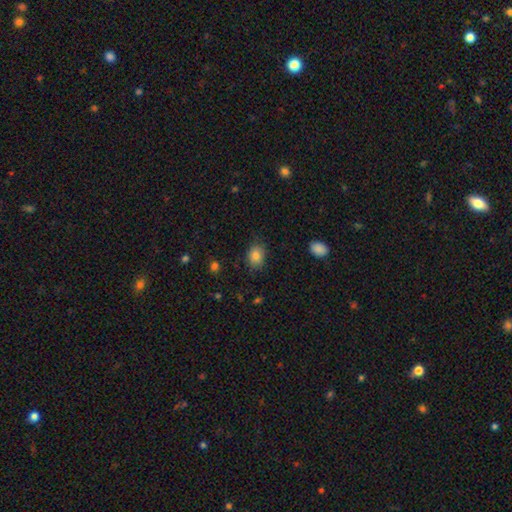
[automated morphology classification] A smooth galaxy with no disk features (83%) that is in between round and cigar-shaped (65%).

Vote fractions:
- Smooth or featured? smooth: 83% / star or artifact: 9% / featured or disk: 8%
- How rounded? in between: 65% / round: 34% / cigar-shaped: 1%
- Merging? none: 81% / minor disturbance: 15% / major disturbance: 3% / merger: 1%